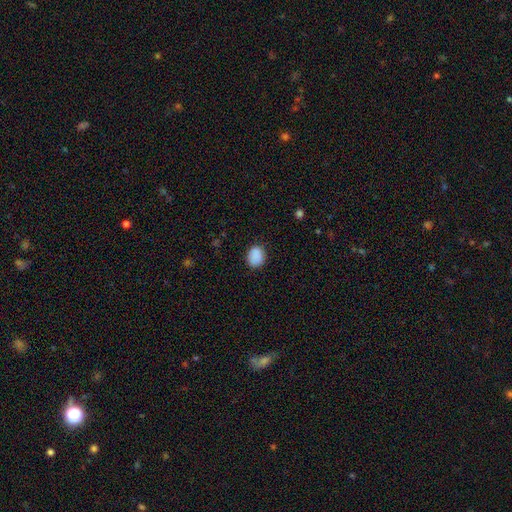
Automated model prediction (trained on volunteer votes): This is clearly a smooth galaxy (88%). How rounded: possibly in between (51%). Merging: clearly none (82%).